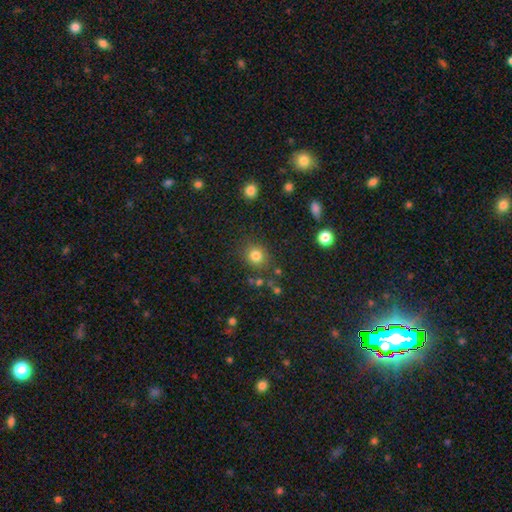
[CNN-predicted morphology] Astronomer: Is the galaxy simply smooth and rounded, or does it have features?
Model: smooth — 81%.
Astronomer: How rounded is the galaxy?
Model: round — 83%.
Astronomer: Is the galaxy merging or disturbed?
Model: none — 83%.